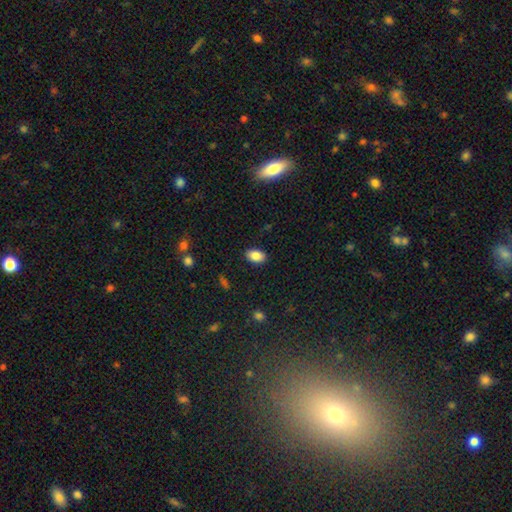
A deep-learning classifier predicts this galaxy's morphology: A smooth galaxy with no disk features (86%) that is in between round and cigar-shaped (90%). Merging: none (88%).